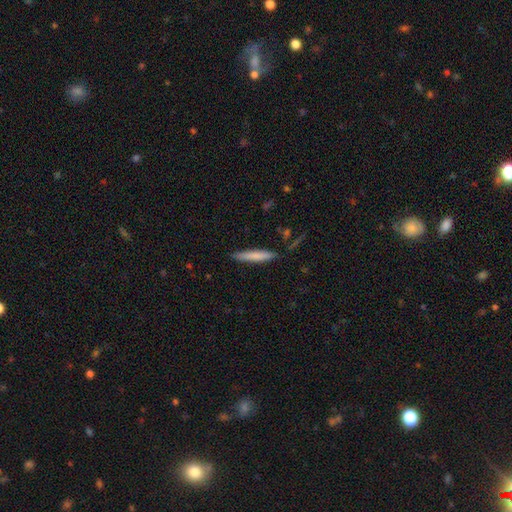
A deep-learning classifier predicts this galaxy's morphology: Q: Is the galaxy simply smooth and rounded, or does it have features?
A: smooth — 75%.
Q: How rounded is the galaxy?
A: cigar-shaped — 92%.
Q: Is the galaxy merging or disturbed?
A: none — 86%.